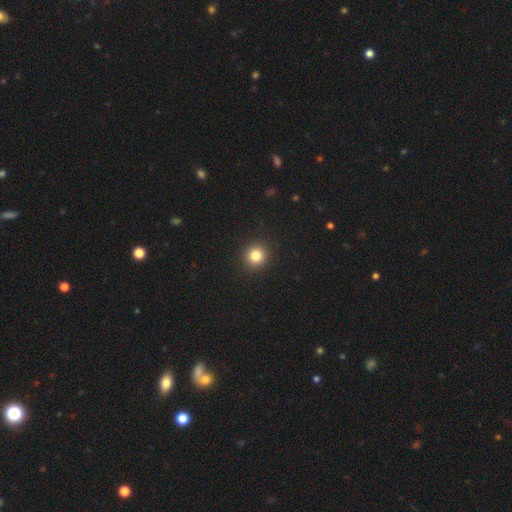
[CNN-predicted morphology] smooth-or-featured: smooth: 83% | star or artifact: 12% | featured or disk: 5%
  how-rounded: round: 93% | in between: 6% | cigar-shaped: 1%
  merging: none: 93% | minor disturbance: 5% | major disturbance: 2% | merger: 1%